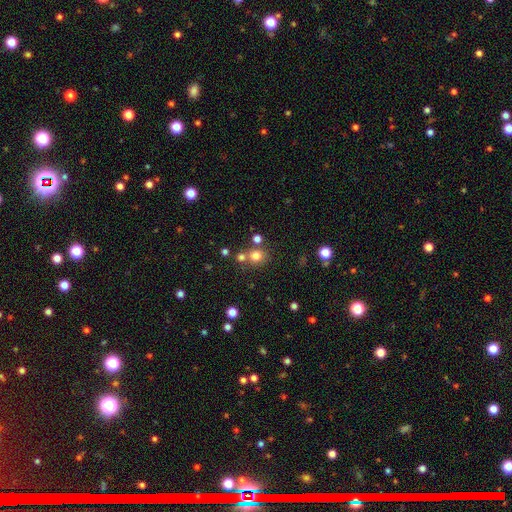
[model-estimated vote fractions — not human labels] A smooth galaxy with no disk features (76%) that is round (83%). Merging: none (66%).